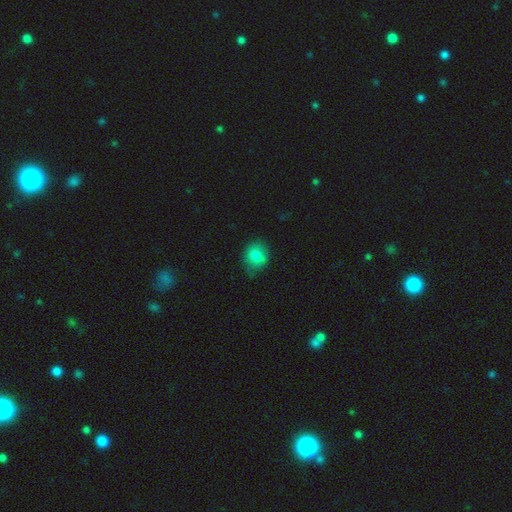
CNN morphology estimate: type=smooth (80%); roundness=round (67%); merging=none (64%).